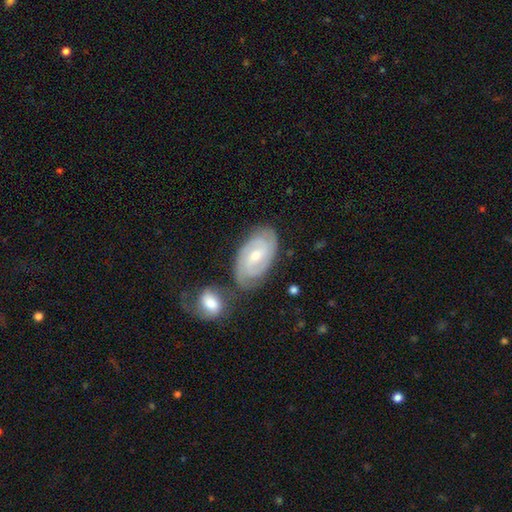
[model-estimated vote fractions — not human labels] A featured or disk galaxy (80%) with a weak bar (47%), 2 (41%) tight (66%) spiral arms (96%) and a small central bulge (53%). Merging: none (71%).